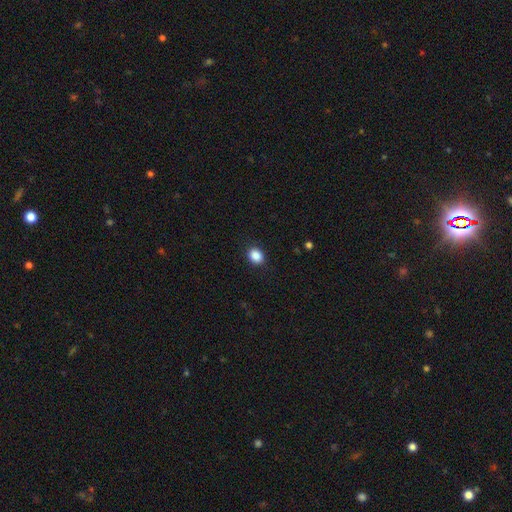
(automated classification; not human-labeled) Q: Smooth or featured?
A: smooth (88%); runner-up: star or artifact (9%)
Q: How rounded?
A: round (52%); runner-up: in between (47%)
Q: Merging?
A: none (89%); runner-up: minor disturbance (7%)